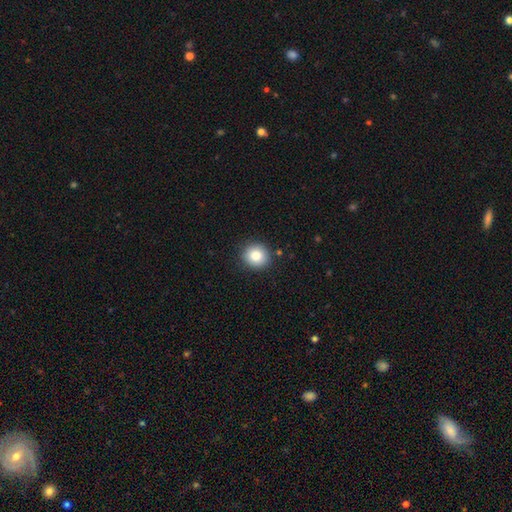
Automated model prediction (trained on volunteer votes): Smooth or featured? Predicted: smooth (p=0.84). How rounded? Predicted: round (p=0.87). Merging? Predicted: none (p=0.88).